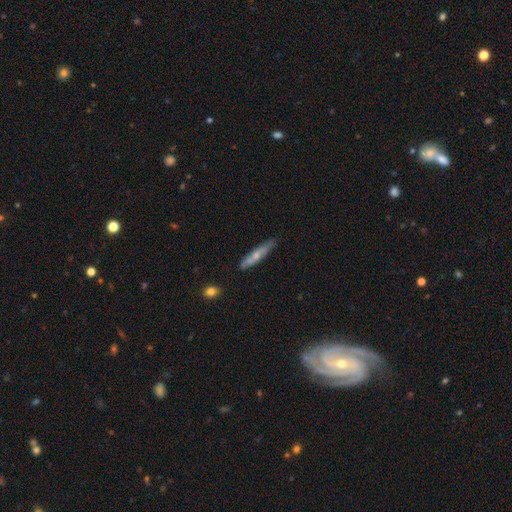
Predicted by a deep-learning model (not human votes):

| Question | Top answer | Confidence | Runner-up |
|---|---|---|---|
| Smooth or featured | smooth | 55% | featured or disk (40%) |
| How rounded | cigar-shaped | 88% | in between (10%) |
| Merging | none | 77% | minor disturbance (18%) |